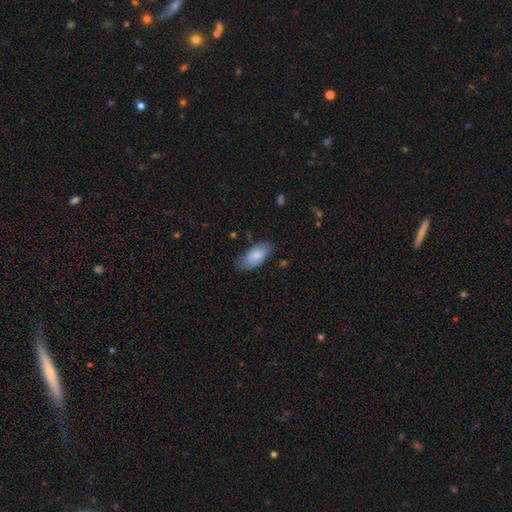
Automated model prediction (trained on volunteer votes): smooth 80%, featured or disk 15%, star or artifact 6%. Down the decision tree: how rounded — in between (91%); merging — none (70%).